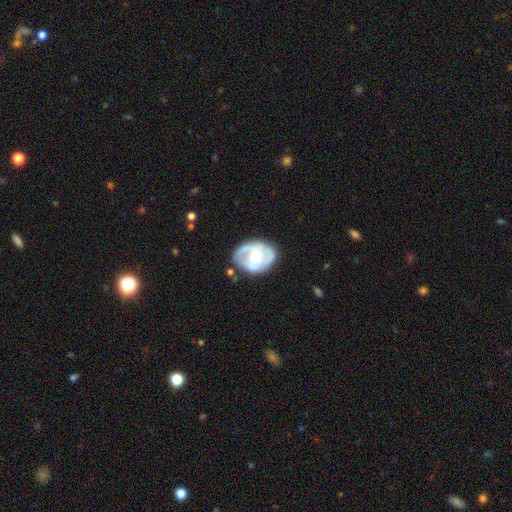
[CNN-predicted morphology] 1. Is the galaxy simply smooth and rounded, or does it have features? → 72% featured or disk, 23% smooth, 5% star or artifact.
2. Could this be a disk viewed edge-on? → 97% no, 3% yes.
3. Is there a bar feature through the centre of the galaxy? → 62% no, 30% weak, 8% strong.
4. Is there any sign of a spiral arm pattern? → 76% yes, 24% no.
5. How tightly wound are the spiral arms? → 43% medium, 39% tight, 18% loose.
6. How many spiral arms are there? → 51% 2, 24% can't tell, 14% 3, 5% 1, 3% 4, 2% more than 4.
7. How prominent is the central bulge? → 58% moderate, 31% small, 7% large, 2% none, 1% dominant.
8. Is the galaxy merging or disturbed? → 66% none, 22% minor disturbance, 9% major disturbance, 3% merger.